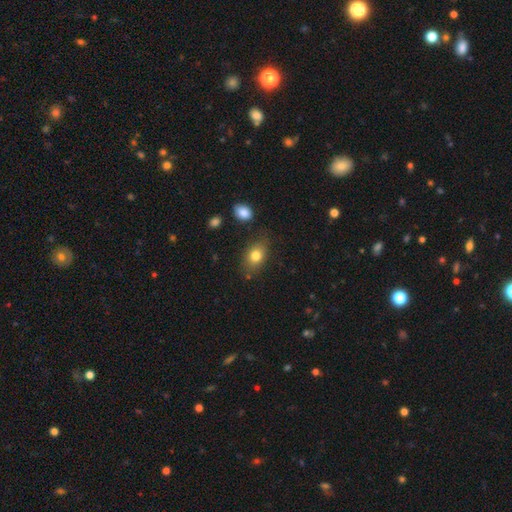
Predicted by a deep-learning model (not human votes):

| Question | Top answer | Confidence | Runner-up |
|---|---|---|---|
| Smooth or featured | smooth | 79% | featured or disk (11%) |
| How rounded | in between | 74% | round (24%) |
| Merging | none | 74% | minor disturbance (17%) |